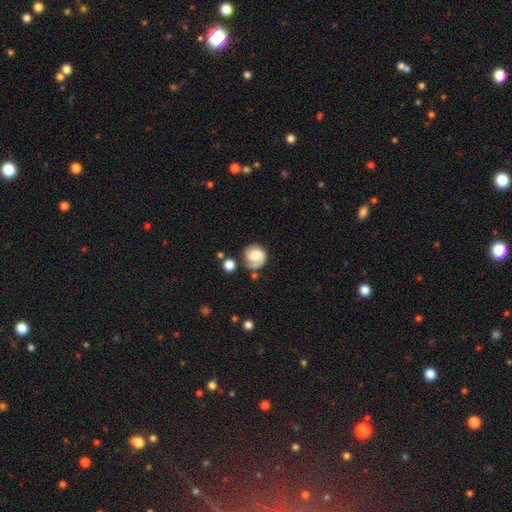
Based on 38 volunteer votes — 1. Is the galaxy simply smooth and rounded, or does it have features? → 68% featured or disk, 26% smooth, 5% star or artifact.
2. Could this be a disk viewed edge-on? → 100% no, 0% yes.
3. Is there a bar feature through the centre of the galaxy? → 73% no, 19% weak, 8% strong.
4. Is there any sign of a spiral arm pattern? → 100% yes, 0% no.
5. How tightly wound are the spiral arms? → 62% tight, 27% medium, 12% loose.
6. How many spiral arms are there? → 54% 2, 42% 1, 4% 3, 0% 4, 0% more than 4, 0% can't tell.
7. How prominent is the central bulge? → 31% large (tied), 31% moderate (tied), 23% none, 8% dominant, 8% small.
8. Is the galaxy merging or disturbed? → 53% none, 31% minor disturbance, 8% major disturbance, 8% merger.